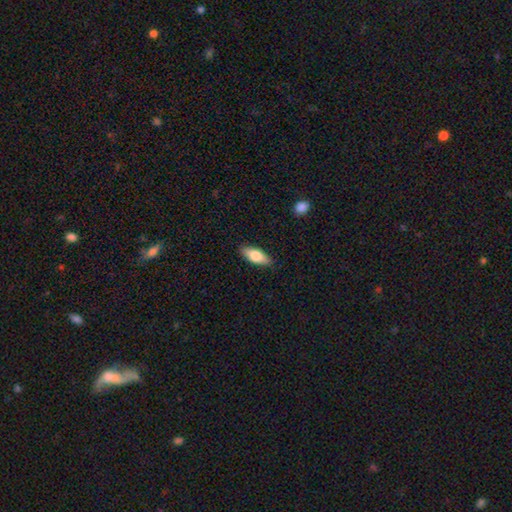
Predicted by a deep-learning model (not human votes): Overall: smooth (74%). How rounded: in between (75%). Merging: none (87%).